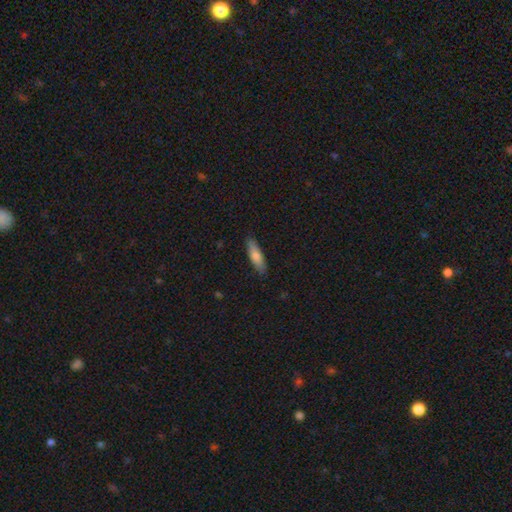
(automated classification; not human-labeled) The model was most divided on "how rounded": cigar-shaped: 62%, in between: 36%, round: 2%. More confident: merging — none (87%); smooth or featured — smooth (76%).